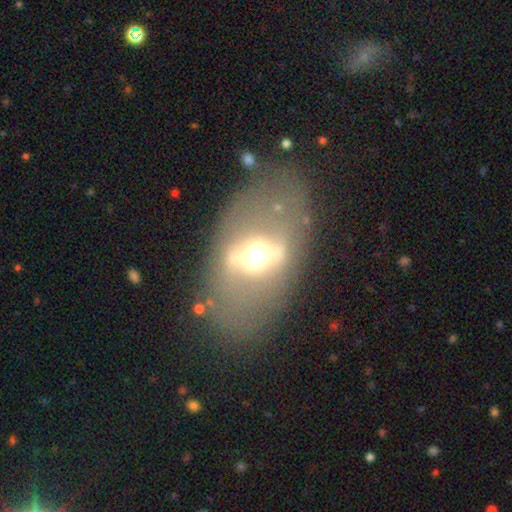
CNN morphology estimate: The model was most divided on "bar": strong: 57%, weak: 29%, no: 14%. More confident: spiral arms — no (87%); edge-on disk — no (82%); merging — none (75%); smooth or featured — featured or disk (63%); bulge size — moderate (60%).